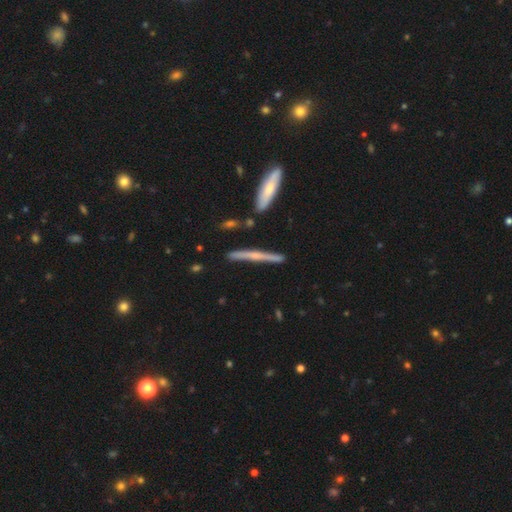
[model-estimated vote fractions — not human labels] The model was most divided on "edge-on bulge": rounded: 47%, none: 45%, boxy: 9%. More confident: edge-on disk — yes (96%); merging — none (85%); smooth or featured — featured or disk (57%).